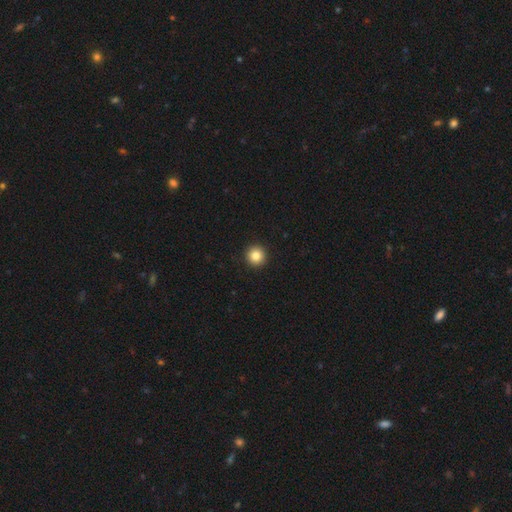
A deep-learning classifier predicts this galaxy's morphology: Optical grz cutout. It shows a smooth galaxy with no disk features (84%) that is round (96%). Merging: none (94%).